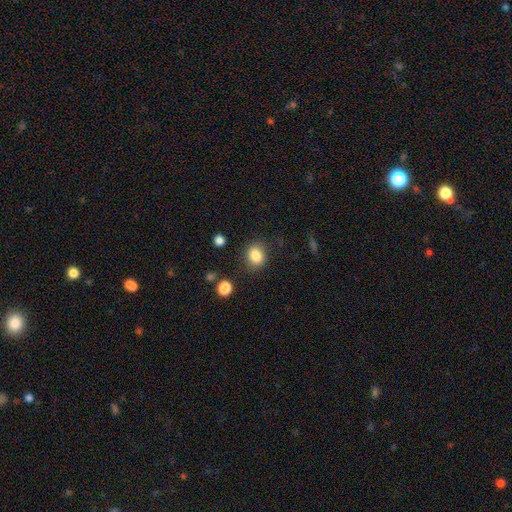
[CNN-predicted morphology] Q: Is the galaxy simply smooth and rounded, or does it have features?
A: smooth — 84%.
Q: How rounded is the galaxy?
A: round — 54%.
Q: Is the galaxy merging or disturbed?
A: none — 82%.